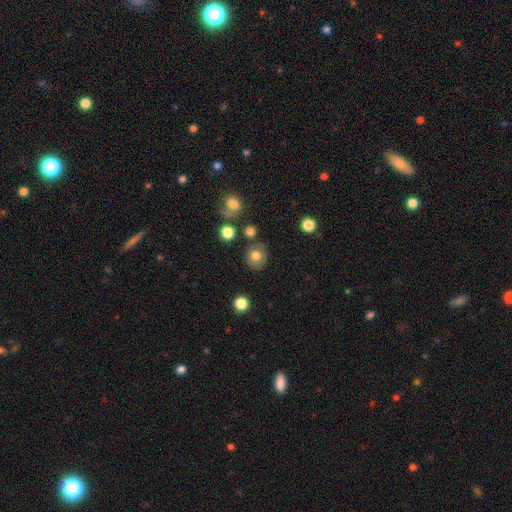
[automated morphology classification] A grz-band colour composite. It shows a smooth galaxy with no disk features (77%) that is round (79%). Merging: none (75%).